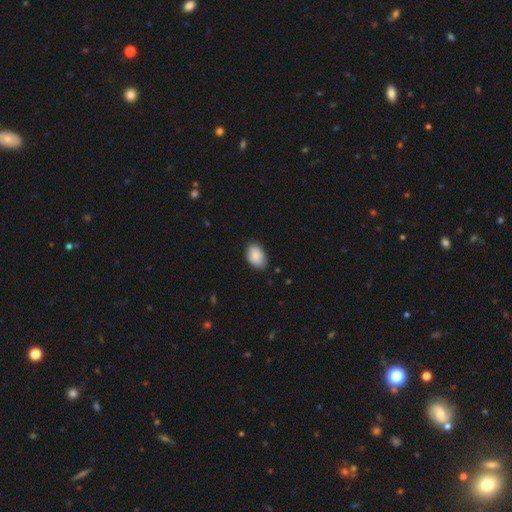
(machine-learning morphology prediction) This is clearly a smooth galaxy (89%). How rounded: clearly in between (90%). Merging: clearly none (81%).